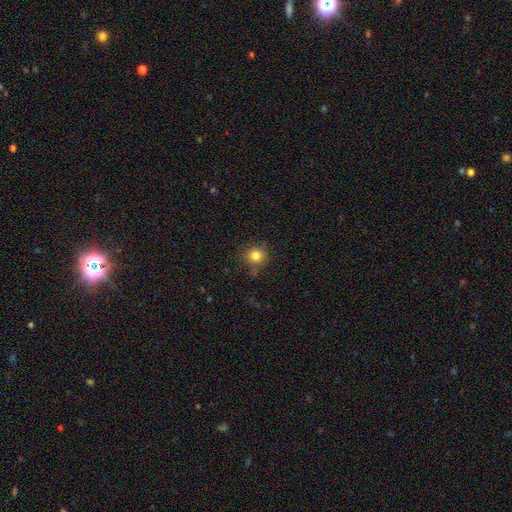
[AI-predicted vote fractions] Smooth or featured? Predicted: smooth (p=0.82). How rounded? Predicted: round (p=0.91). Merging? Predicted: none (p=0.80).